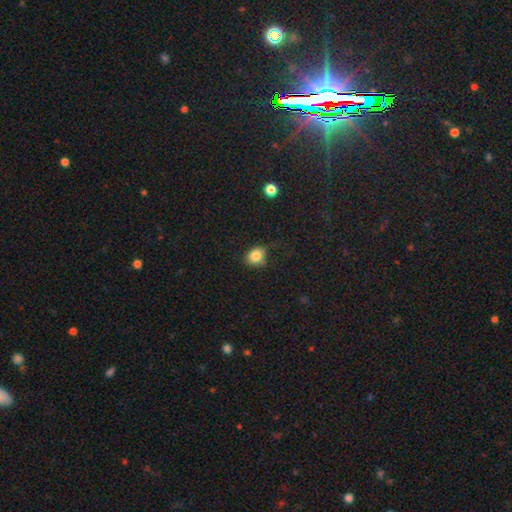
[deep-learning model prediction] Smooth or featured? smooth (84%)
How rounded? in between (50%)
Merging? none (64%)